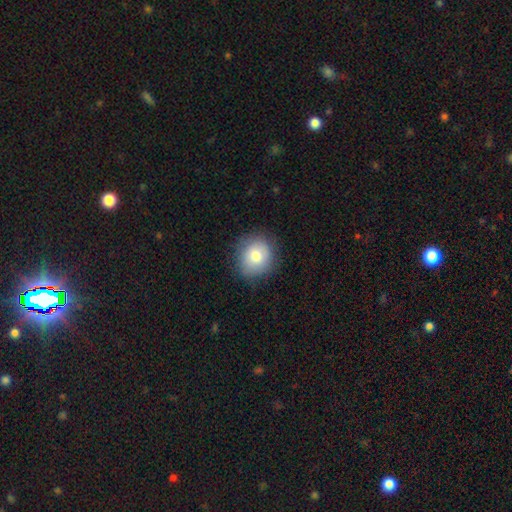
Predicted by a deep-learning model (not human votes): Overall: smooth (78%). How rounded: round (82%). Merging: none (83%).